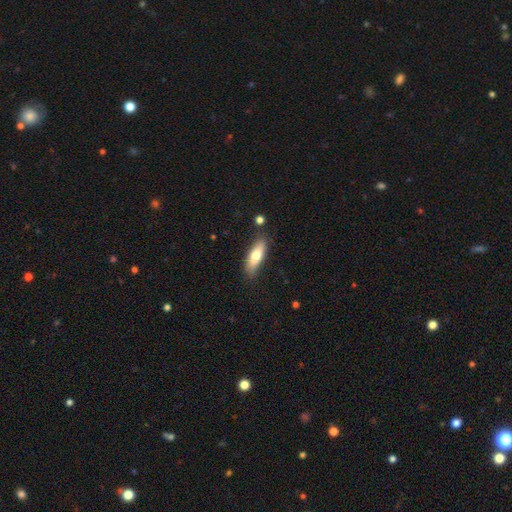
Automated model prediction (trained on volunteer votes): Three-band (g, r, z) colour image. It shows a smooth galaxy with no disk features (70%) that is in between round and cigar-shaped (53%). Merging: none (83%).